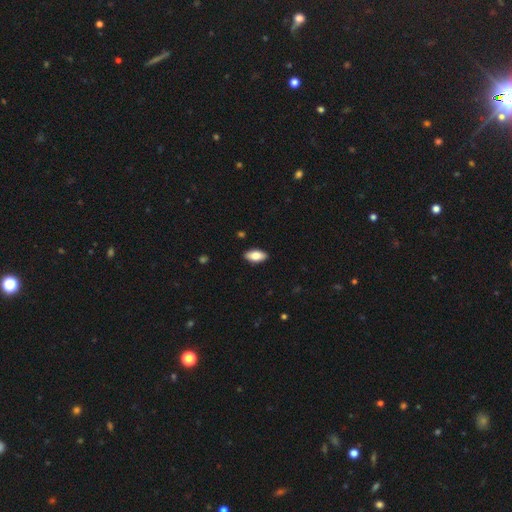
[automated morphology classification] Q: Smooth or featured?
A: smooth (82%); runner-up: featured or disk (12%)
Q: How rounded?
A: in between (91%); runner-up: cigar-shaped (7%)
Q: Merging?
A: none (89%); runner-up: minor disturbance (8%)